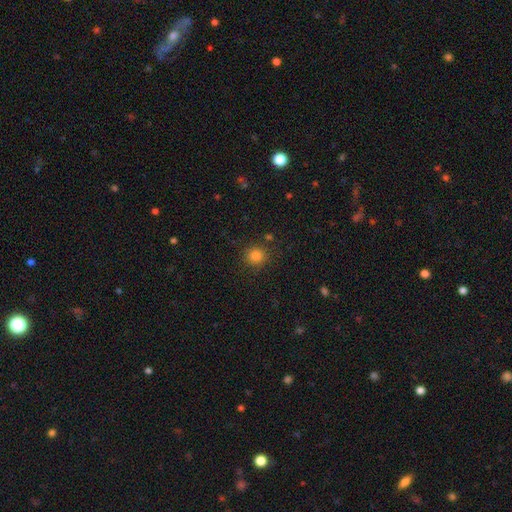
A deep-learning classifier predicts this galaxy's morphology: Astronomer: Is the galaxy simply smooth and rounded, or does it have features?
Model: smooth — 83%.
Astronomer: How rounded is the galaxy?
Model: round — 90%.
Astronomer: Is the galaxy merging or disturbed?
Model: none — 86%.